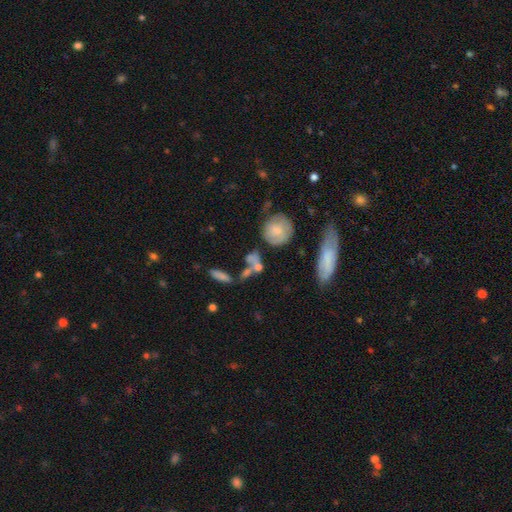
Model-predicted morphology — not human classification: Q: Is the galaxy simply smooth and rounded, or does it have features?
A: smooth — 50%.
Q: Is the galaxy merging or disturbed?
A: none — 56%.